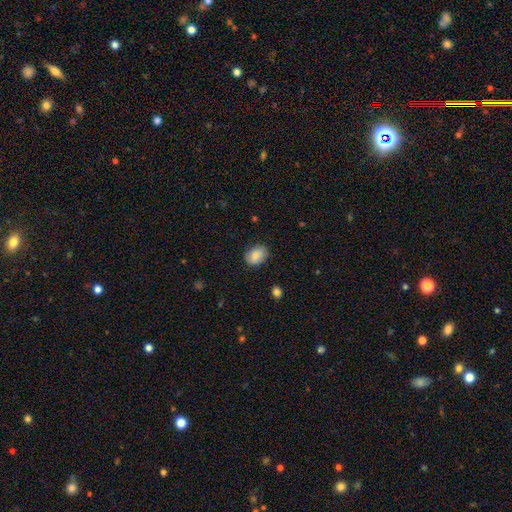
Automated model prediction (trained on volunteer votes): A smooth galaxy with no disk features (84%) that is in between round and cigar-shaped (71%).

Vote fractions:
- Smooth or featured? smooth: 84% / featured or disk: 9% / star or artifact: 7%
- How rounded? in between: 71% / round: 28% / cigar-shaped: 1%
- Merging? none: 82% / minor disturbance: 14% / major disturbance: 3% / merger: 1%